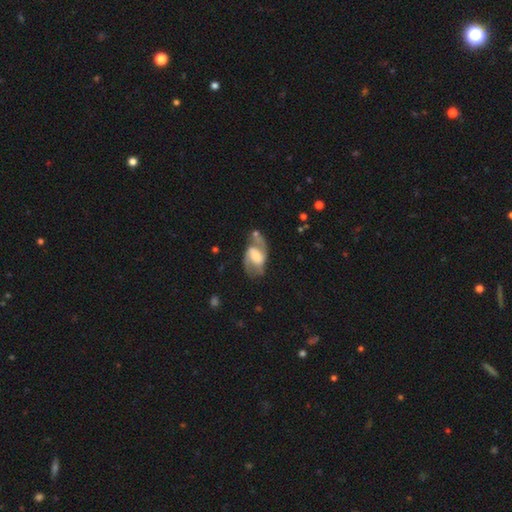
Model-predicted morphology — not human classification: type=featured or disk (78%); edge-on=no (96%); bar=weak (48%); spiral arms=yes (92%); winding=medium (53%); arm count=2 (87%); bulge=moderate (43%); merging=none (57%).